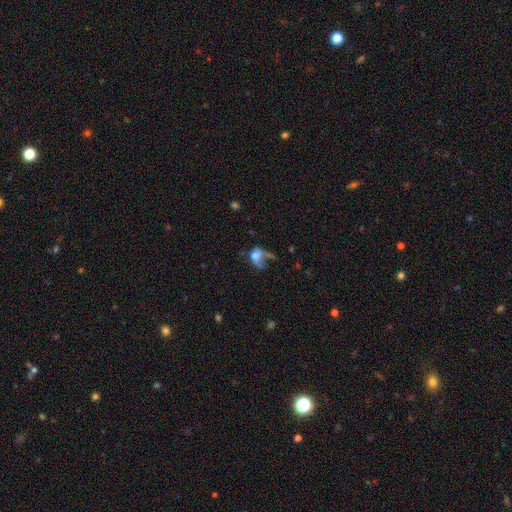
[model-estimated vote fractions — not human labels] Morphology: type=smooth (56%); roundness=in between (66%); merging=major disturbance (47%).